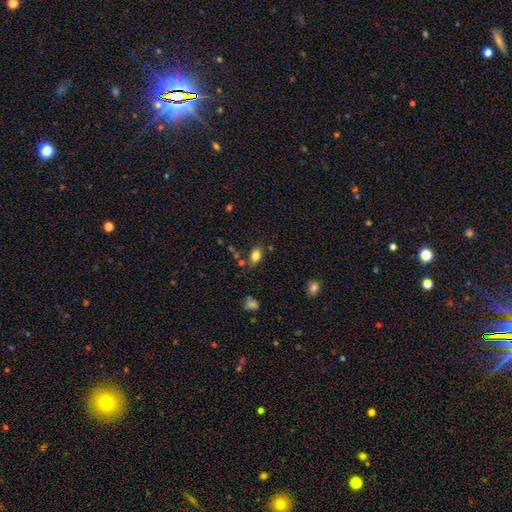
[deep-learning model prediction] Smooth or featured? smooth (82%)
How rounded? in between (73%)
Merging? none (76%)